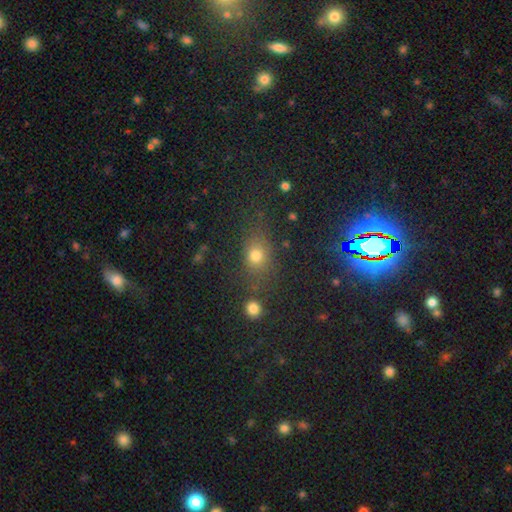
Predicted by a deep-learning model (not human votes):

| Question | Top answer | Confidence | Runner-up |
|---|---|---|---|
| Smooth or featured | smooth | 70% | star or artifact (20%) |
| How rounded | round | 51% | in between (46%) |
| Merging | none | 71% | minor disturbance (15%) |